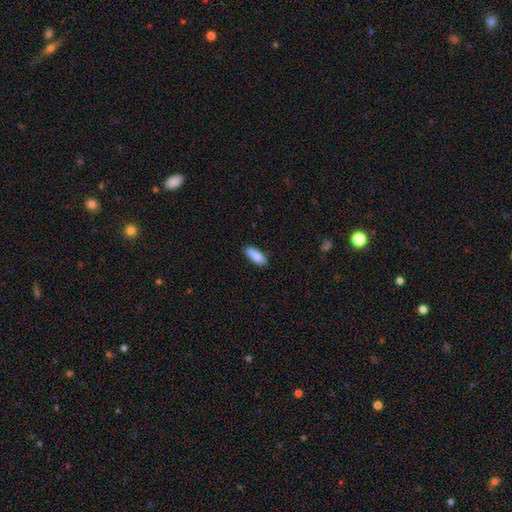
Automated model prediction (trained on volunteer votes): smooth-or-featured: smooth: 89% | star or artifact: 6% | featured or disk: 5%
  how-rounded: in between: 57% | cigar-shaped: 41% | round: 2%
  merging: none: 85% | minor disturbance: 11% | major disturbance: 2% | merger: 1%